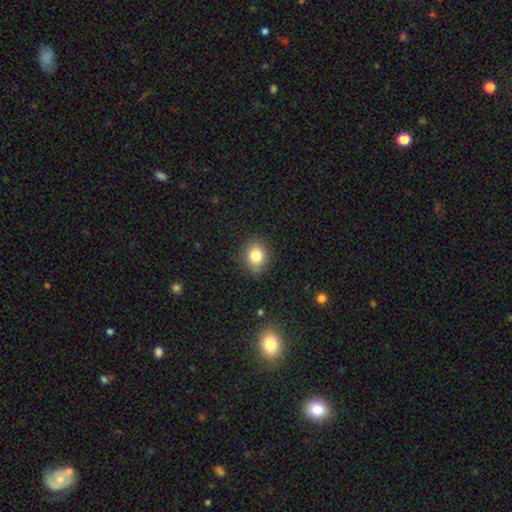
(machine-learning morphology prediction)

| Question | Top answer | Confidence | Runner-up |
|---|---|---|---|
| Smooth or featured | smooth | 81% | star or artifact (11%) |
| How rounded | round | 63% | in between (36%) |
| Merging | none | 85% | minor disturbance (11%) |